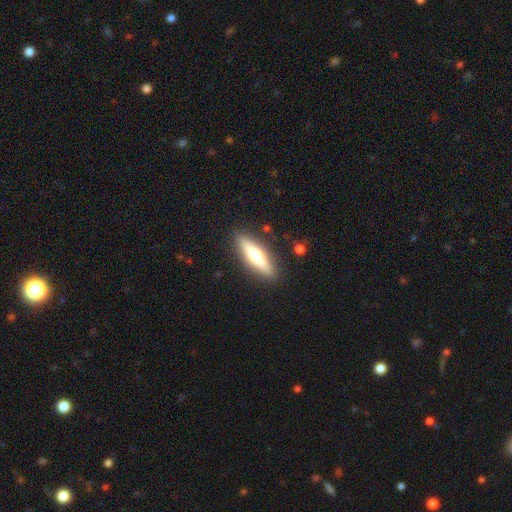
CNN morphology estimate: This appears to be a featured or disk galaxy (49%). Merging: none (88%).